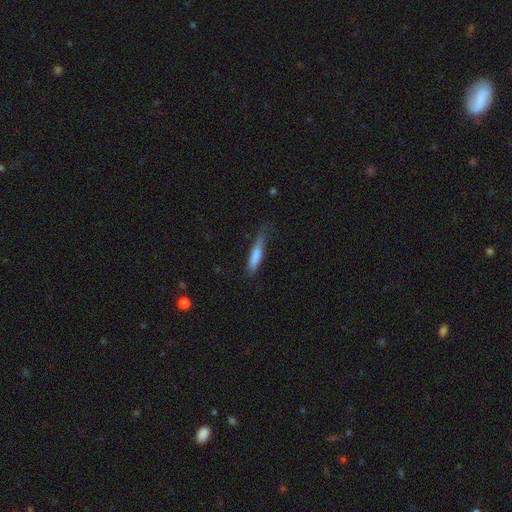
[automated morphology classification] Smooth or featured?
  - smooth: 78% *
  - featured or disk: 16%
  - star or artifact: 6%
How rounded?
  - cigar-shaped: 85% *
  - in between: 14%
  - round: 1%
Merging?
  - none: 59% *
  - minor disturbance: 29%
  - major disturbance: 10%
  - merger: 2%